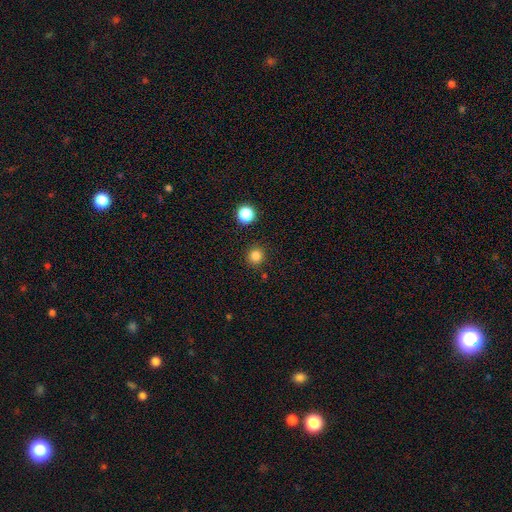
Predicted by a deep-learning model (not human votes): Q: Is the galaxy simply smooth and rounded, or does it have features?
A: smooth — 82%.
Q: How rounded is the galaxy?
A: round — 92%.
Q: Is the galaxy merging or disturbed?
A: none — 89%.